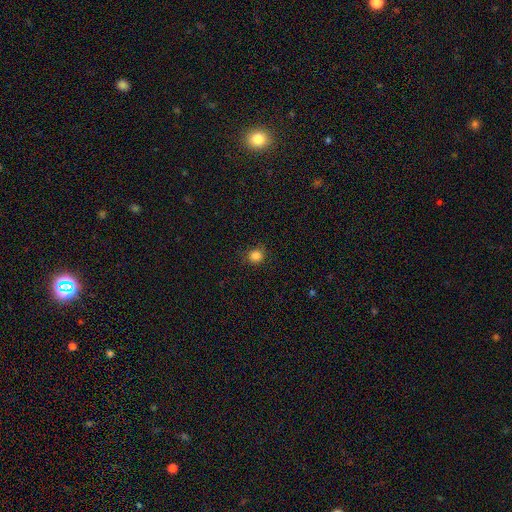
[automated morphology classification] This appears to be a smooth galaxy with no disk features (84%) that is round (90%). Merging: none (86%).